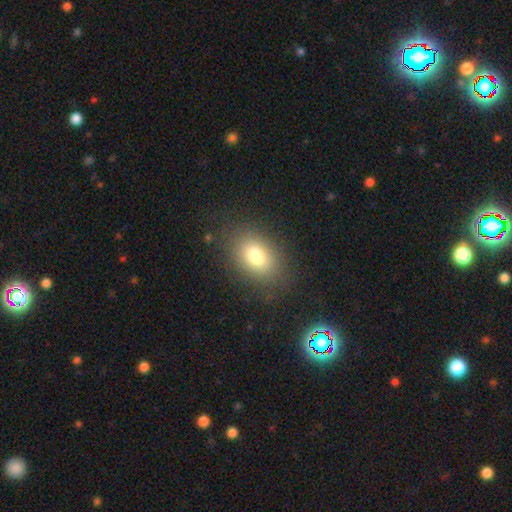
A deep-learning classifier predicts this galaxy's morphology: This is likely a smooth galaxy (77%). How rounded: likely in between (74%). Merging: clearly none (84%).